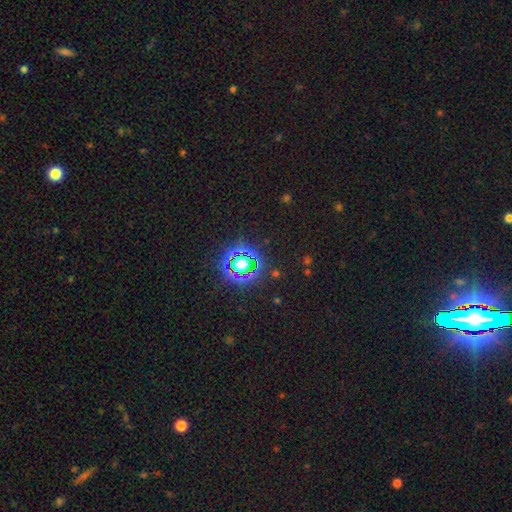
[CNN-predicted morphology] smooth-or-featured: star or artifact: 82% | smooth: 12% | featured or disk: 6%